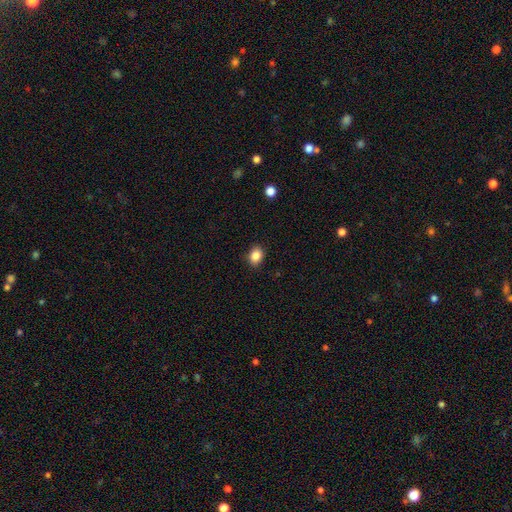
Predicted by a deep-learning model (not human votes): Morphology: type=smooth (86%); roundness=in between (61%); merging=none (88%).